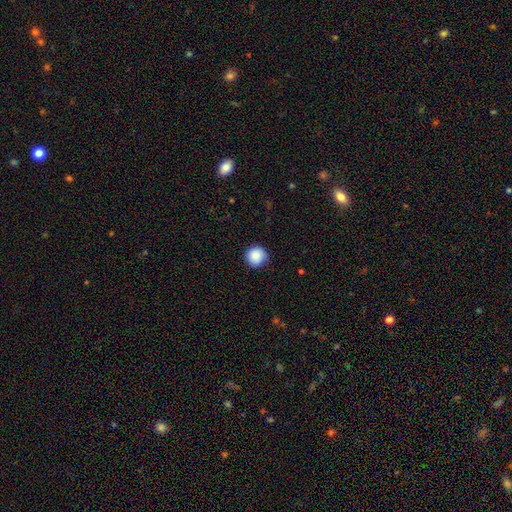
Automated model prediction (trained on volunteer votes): A smooth galaxy with no disk features (87%) that is round (95%).

Vote fractions:
- Smooth or featured? smooth: 87% / star or artifact: 8% / featured or disk: 4%
- How rounded? round: 95% / in between: 4% / cigar-shaped: 1%
- Merging? none: 83% / minor disturbance: 13% / major disturbance: 2% / merger: 1%